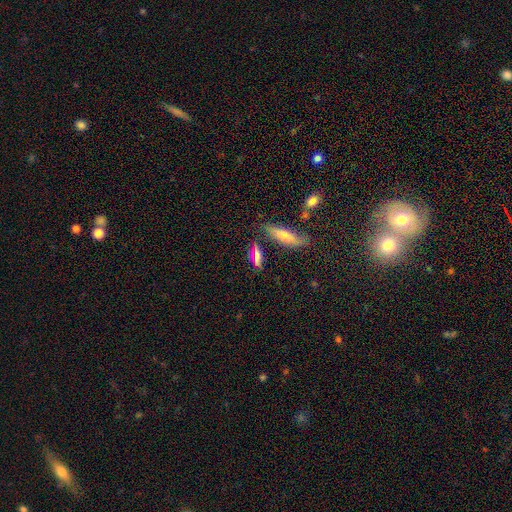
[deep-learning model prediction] A smooth galaxy with no disk features (54%) that is in between round and cigar-shaped (48%).

Vote fractions:
- Smooth or featured? smooth: 54% / featured or disk: 27% / star or artifact: 19%
- How rounded? in between: 48% / cigar-shaped: 44% / round: 8%
- Merging? none: 78% / minor disturbance: 12% / merger: 6% / major disturbance: 4%